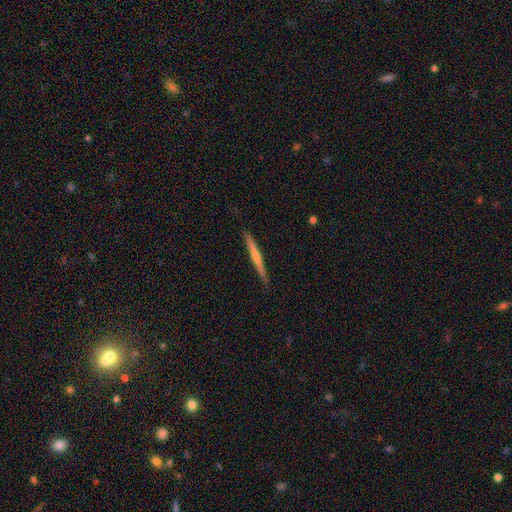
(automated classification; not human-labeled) A featured or disk galaxy (66%) viewed edge-on (97%) with a rounded central bulge (61%).

Vote fractions:
- Smooth or featured? featured or disk: 66% / smooth: 25% / star or artifact: 9%
- Edge-on disk? yes: 97% / no: 3%
- Edge-on bulge? rounded: 61% / none: 31% / boxy: 8%
- Merging? none: 90% / minor disturbance: 7% / major disturbance: 1% / merger: 1%